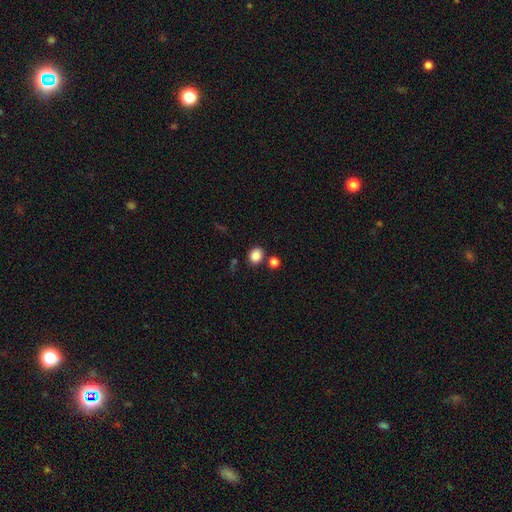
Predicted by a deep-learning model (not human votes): Smooth or featured? smooth (86%)
How rounded? round (61%)
Merging? none (77%)